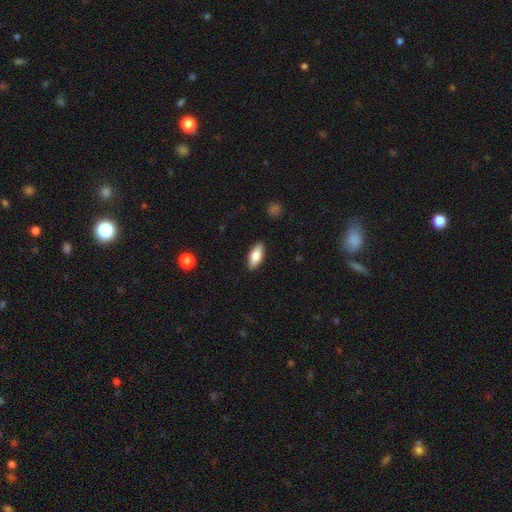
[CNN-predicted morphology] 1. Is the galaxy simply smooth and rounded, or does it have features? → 81% smooth, 13% featured or disk, 6% star or artifact.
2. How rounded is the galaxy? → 81% in between, 17% cigar-shaped, 2% round.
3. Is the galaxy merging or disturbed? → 88% none, 9% minor disturbance, 2% major disturbance, 1% merger.